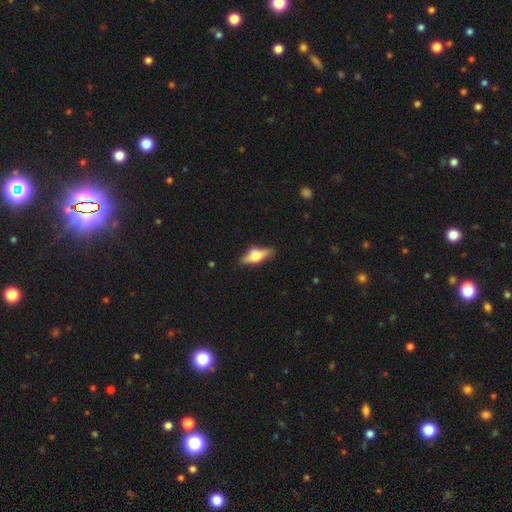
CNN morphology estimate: Smooth or featured? Predicted: featured or disk (p=0.52). Edge-on disk? Predicted: yes (p=0.90). Merging? Predicted: none (p=0.79).